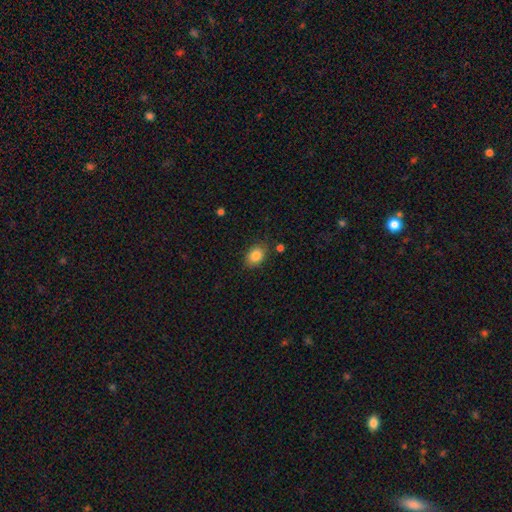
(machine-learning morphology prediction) This appears to be a smooth galaxy with no disk features (85%) that is in between round and cigar-shaped (69%). Merging: none (82%).